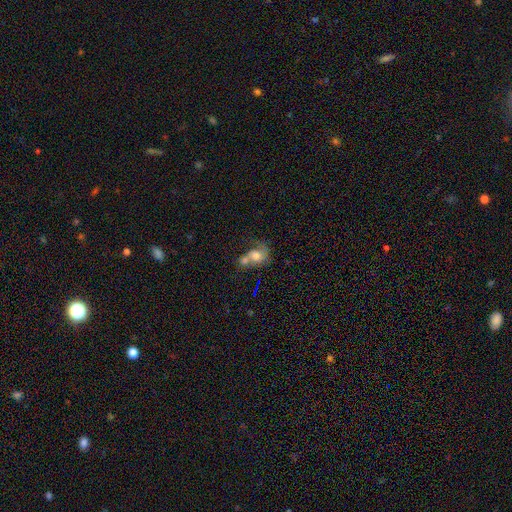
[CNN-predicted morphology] The model was most divided on "how rounded": round: 50%, in between: 48%, cigar-shaped: 2%. More confident: merging — merger (61%); smooth or featured — smooth (57%).